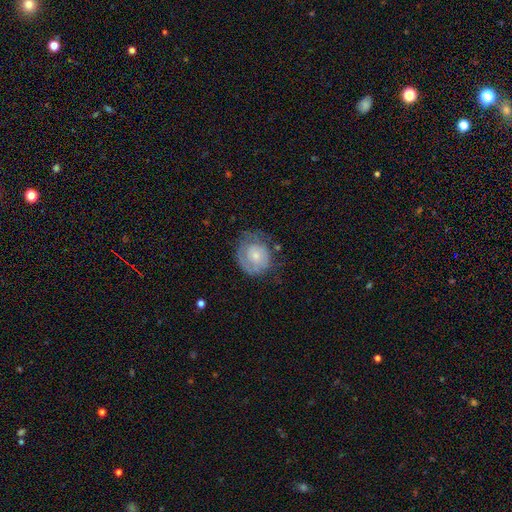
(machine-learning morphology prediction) Smooth or featured: featured or disk — 50% (smooth — 44%)
Merging: none — 55% (minor disturbance — 27%)